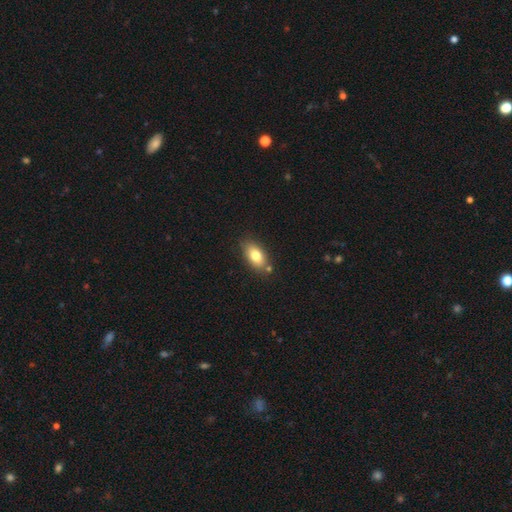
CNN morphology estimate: A smooth galaxy with no disk features (78%) that is in between round and cigar-shaped (89%). Merging: none (77%).